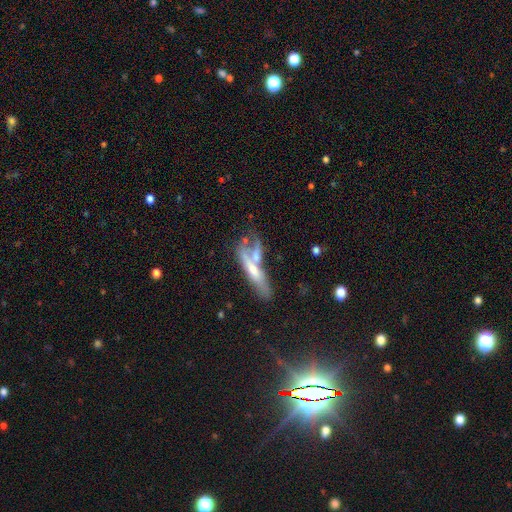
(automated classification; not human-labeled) smooth-or-featured: featured or disk: 50% | smooth: 43% | star or artifact: 7%
  merging: merger: 44% | none: 30% | minor disturbance: 14% | major disturbance: 12%